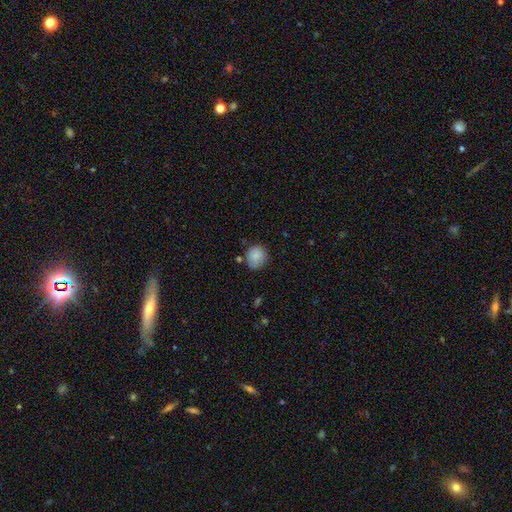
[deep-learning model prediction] A smooth galaxy with no disk features (85%) that is round (81%). Merging: none (76%).